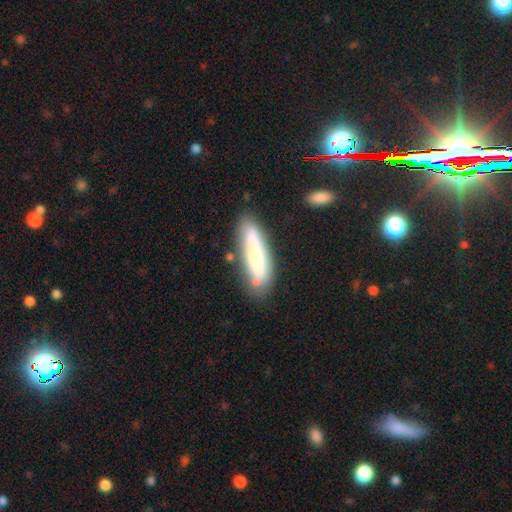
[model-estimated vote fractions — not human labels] A smooth galaxy with no disk features (69%) that is cigar-shaped (72%). Merging: none (71%).